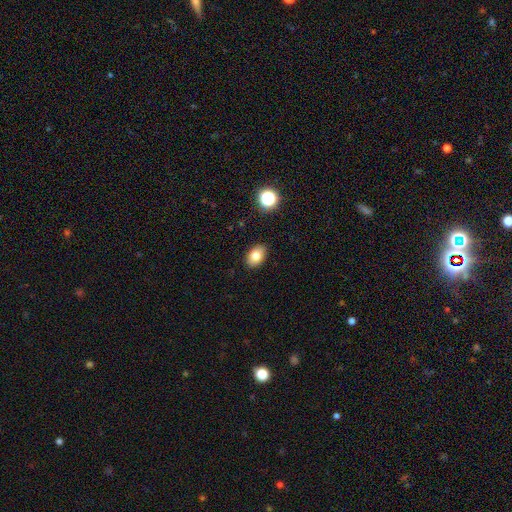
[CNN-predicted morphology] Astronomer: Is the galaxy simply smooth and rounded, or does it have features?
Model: smooth — 80%.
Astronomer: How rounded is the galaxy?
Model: in between — 86%.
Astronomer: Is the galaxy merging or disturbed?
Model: none — 88%.